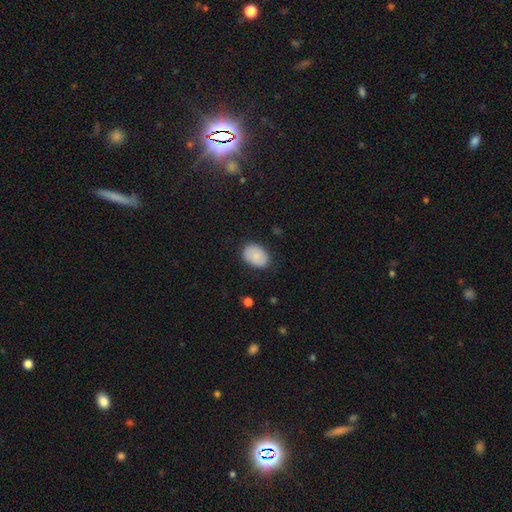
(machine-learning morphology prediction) type=smooth (85%); roundness=in between (79%); merging=none (82%).